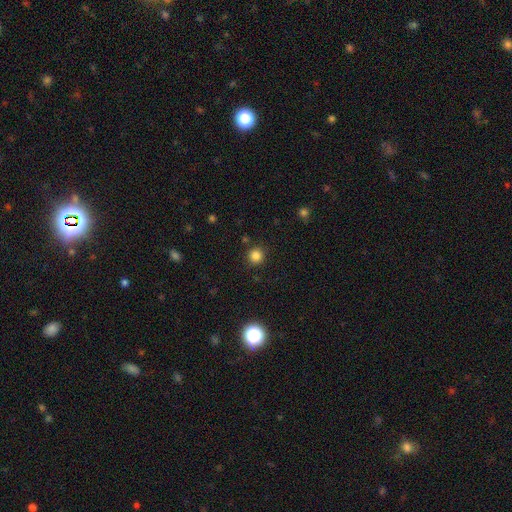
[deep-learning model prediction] Q: Smooth or featured?
A: smooth (83%); runner-up: star or artifact (13%)
Q: How rounded?
A: round (94%); runner-up: in between (5%)
Q: Merging?
A: none (88%); runner-up: minor disturbance (7%)